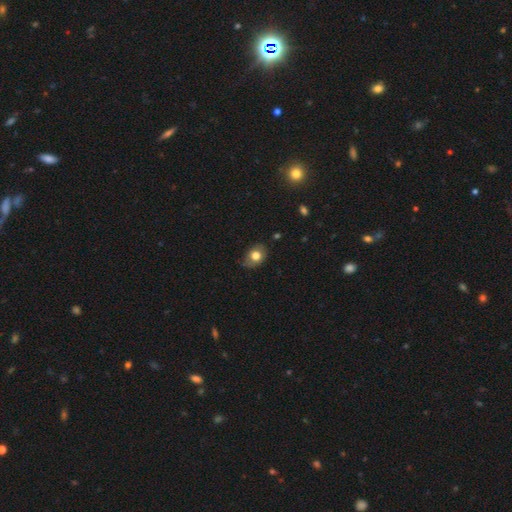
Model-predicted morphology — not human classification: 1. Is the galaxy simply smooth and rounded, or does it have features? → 74% smooth, 17% featured or disk, 9% star or artifact.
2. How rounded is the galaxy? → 62% in between, 37% round, 1% cigar-shaped.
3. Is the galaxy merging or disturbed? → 66% none, 27% minor disturbance, 6% major disturbance, 2% merger.